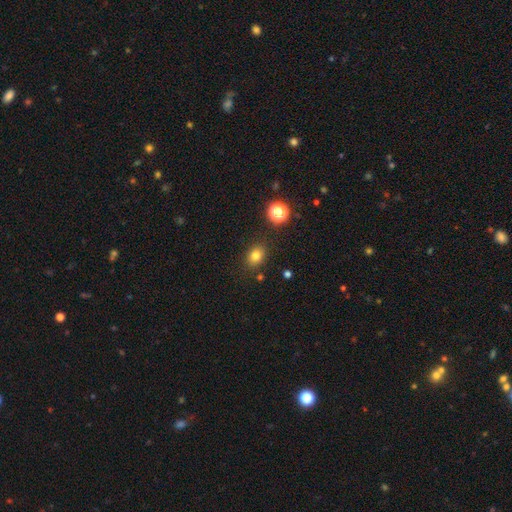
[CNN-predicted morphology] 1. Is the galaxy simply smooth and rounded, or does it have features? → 79% smooth, 14% star or artifact, 7% featured or disk.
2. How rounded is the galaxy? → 57% in between, 42% round, 1% cigar-shaped.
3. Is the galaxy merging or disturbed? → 83% none, 11% minor disturbance, 3% merger, 3% major disturbance.